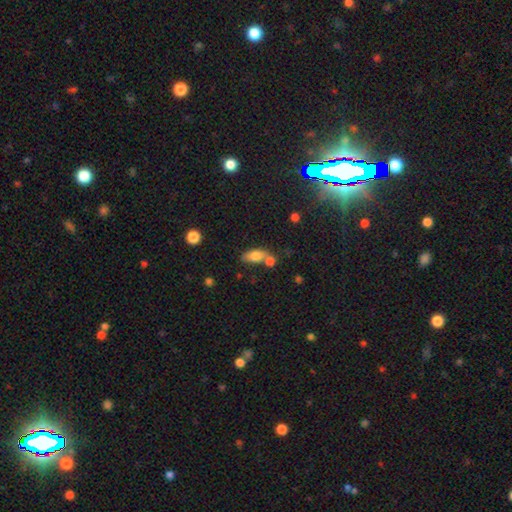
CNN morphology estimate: Q: Smooth or featured?
A: smooth (77%); runner-up: featured or disk (13%)
Q: How rounded?
A: in between (84%); runner-up: cigar-shaped (10%)
Q: Merging?
A: none (46%); runner-up: merger (34%)